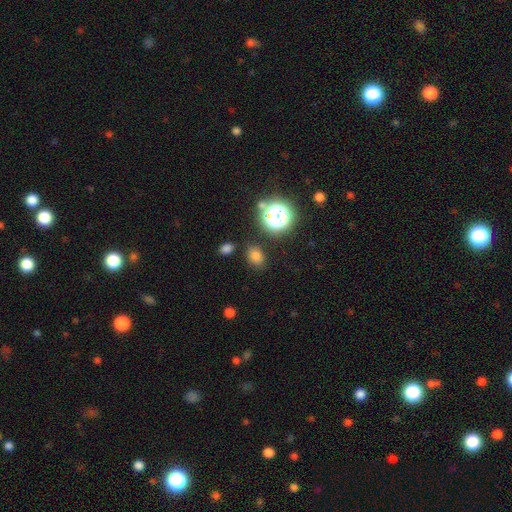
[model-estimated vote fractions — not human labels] Smooth or featured? Predicted: smooth (p=0.73). How rounded? Predicted: in between (p=0.65). Merging? Predicted: none (p=0.82).